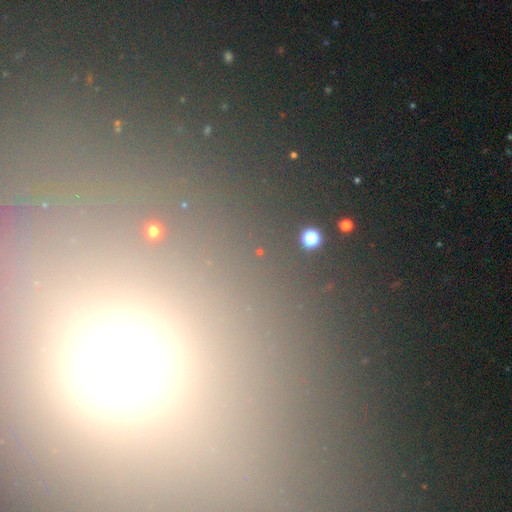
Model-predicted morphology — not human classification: Overall: star or artifact (58%; smooth 30%).